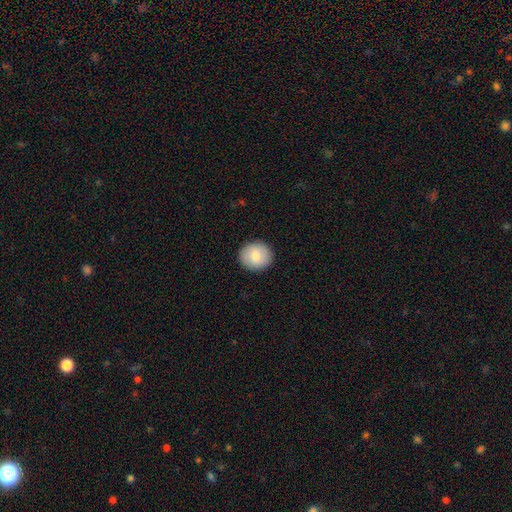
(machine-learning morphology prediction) smooth 80%, featured or disk 13%, star or artifact 7%. Down the decision tree: how rounded — round (84%); merging — none (91%).